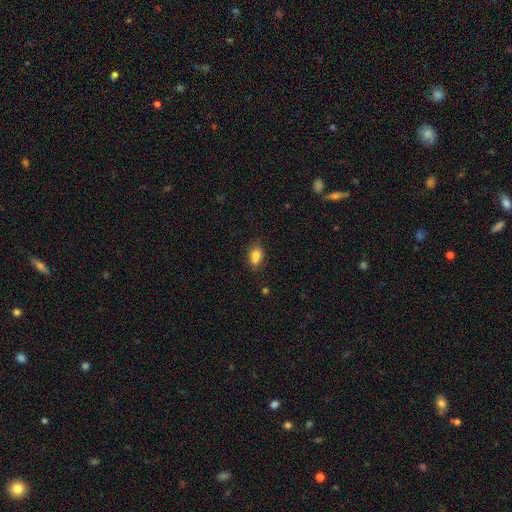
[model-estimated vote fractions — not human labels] Overall: smooth (79%). How rounded: in between (75%). Merging: none (52%; merger 23%).